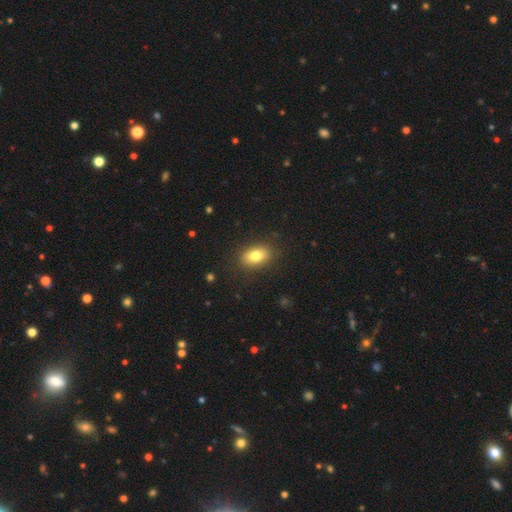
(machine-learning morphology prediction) Smooth or featured? smooth (80%)
How rounded? in between (85%)
Merging? none (86%)